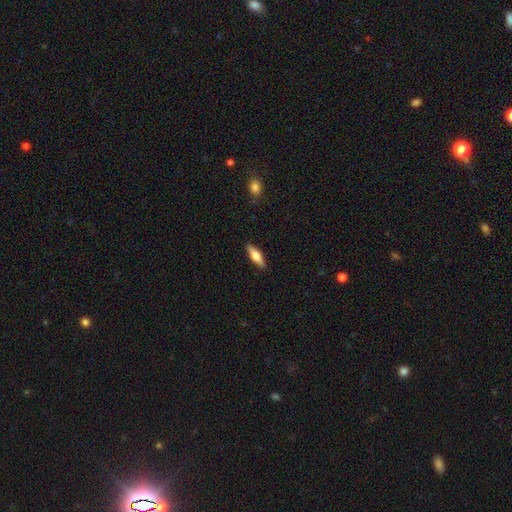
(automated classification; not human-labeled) smooth-or-featured: smooth: 59% | featured or disk: 35% | star or artifact: 6%
  how-rounded: cigar-shaped: 50% | in between: 48% | round: 3%
  merging: none: 89% | minor disturbance: 8% | major disturbance: 2% | merger: 1%